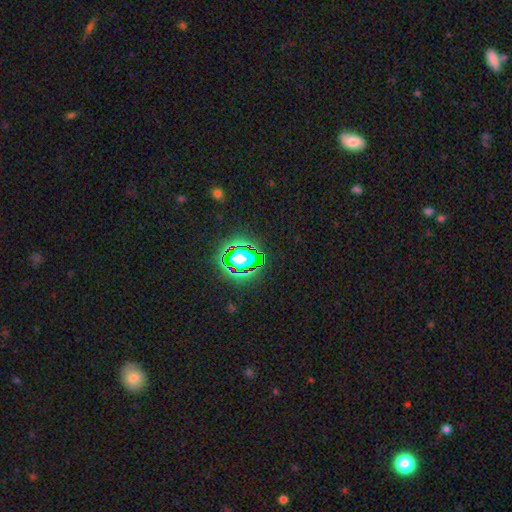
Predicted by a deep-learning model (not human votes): A star or artifact, not a galaxy (79%).

Vote fractions:
- Smooth or featured? star or artifact: 79% / smooth: 14% / featured or disk: 8%